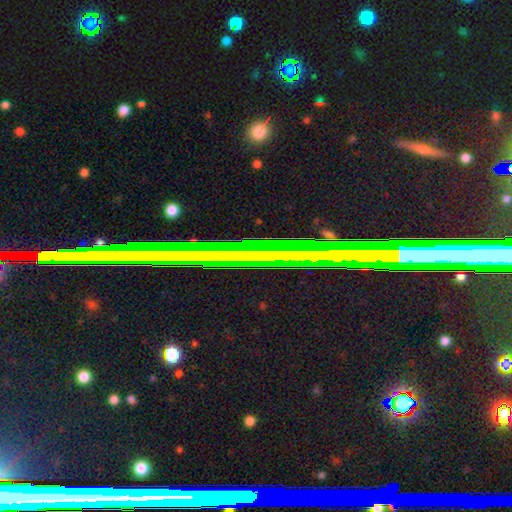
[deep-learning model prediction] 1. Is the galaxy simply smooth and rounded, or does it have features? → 70% star or artifact, 19% featured or disk, 10% smooth.